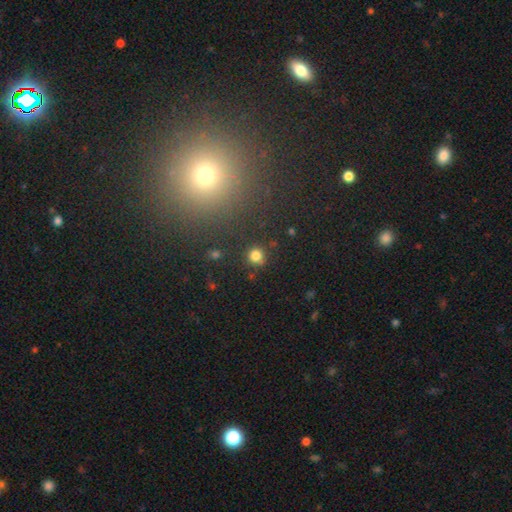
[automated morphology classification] smooth 81%, star or artifact 15%, featured or disk 5%. Down the decision tree: how rounded — round (91%); merging — none (85%).